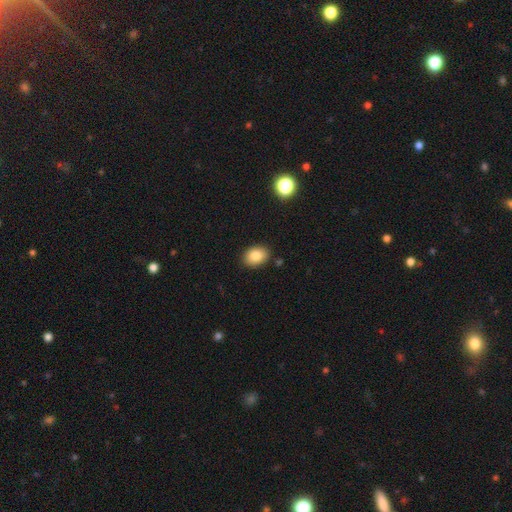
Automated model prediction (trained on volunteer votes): smooth-or-featured: smooth: 85% | star or artifact: 9% | featured or disk: 6%
  how-rounded: in between: 76% | round: 23% | cigar-shaped: 1%
  merging: none: 87% | minor disturbance: 9% | major disturbance: 2% | merger: 2%